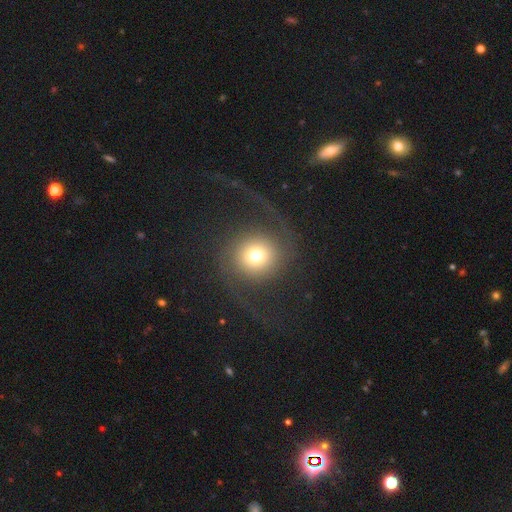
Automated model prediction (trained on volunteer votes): smooth_or_featured: smooth (p=0.55) [alt: featured or disk p=0.32]
how_rounded: round (p=0.91) [alt: in between p=0.08]
merging: none (p=0.60) [alt: major disturbance p=0.29]